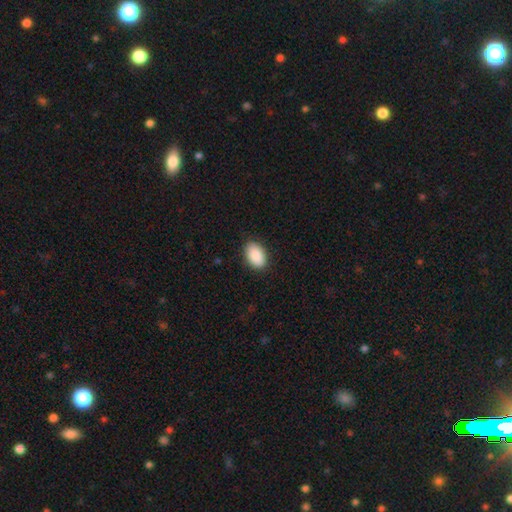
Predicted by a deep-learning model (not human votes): Morphology: type=smooth (91%); roundness=in between (92%); merging=none (88%).